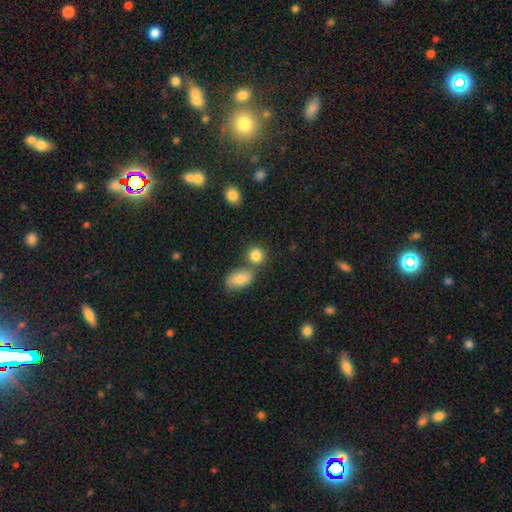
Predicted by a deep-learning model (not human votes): Smooth or featured? Predicted: smooth (p=0.84). How rounded? Predicted: round (p=0.76). Merging? Predicted: none (p=0.61).